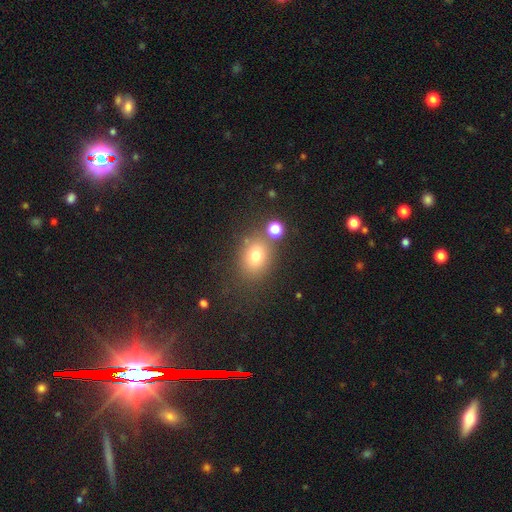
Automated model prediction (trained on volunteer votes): This appears to be a smooth galaxy with no disk features (74%) that is round (52%). Merging: none (72%).